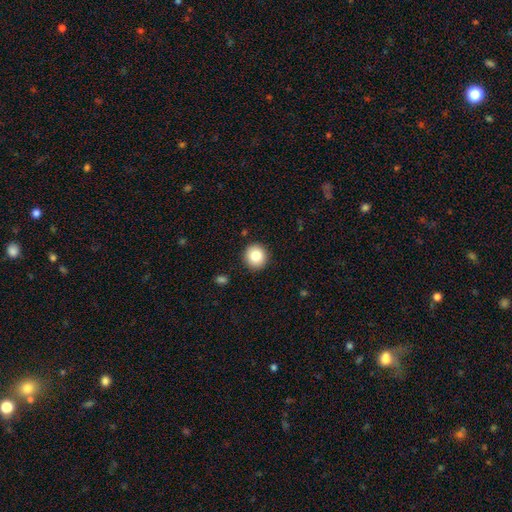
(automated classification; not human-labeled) smooth-or-featured: smooth: 83% | star or artifact: 9% | featured or disk: 7%
  how-rounded: round: 93% | in between: 7% | cigar-shaped: 1%
  merging: none: 91% | minor disturbance: 6% | major disturbance: 2% | merger: 1%